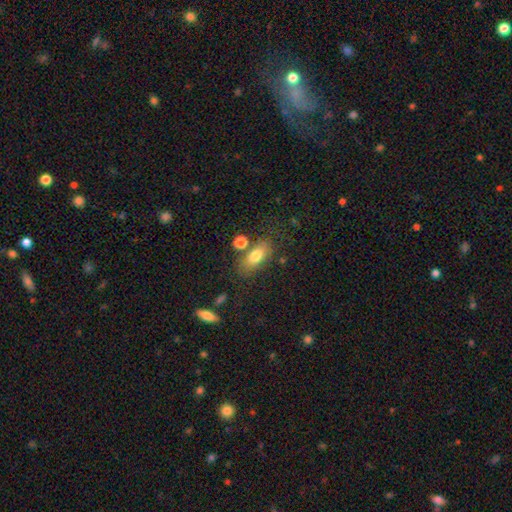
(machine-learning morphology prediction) Smooth or featured?
  - smooth: 75% *
  - featured or disk: 16%
  - star or artifact: 9%
How rounded?
  - in between: 81% *
  - cigar-shaped: 11%
  - round: 7%
Merging?
  - none: 68% *
  - minor disturbance: 16%
  - merger: 10%
  - major disturbance: 6%